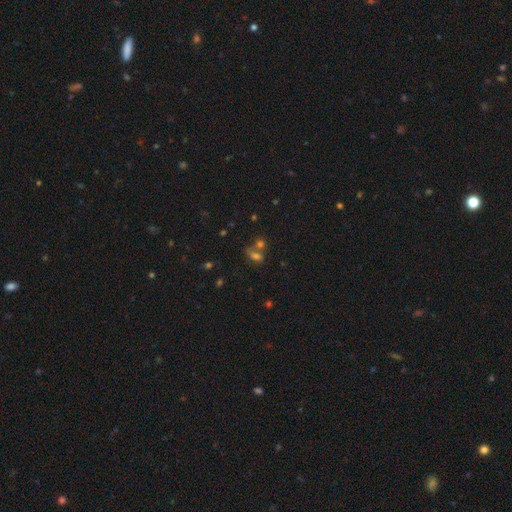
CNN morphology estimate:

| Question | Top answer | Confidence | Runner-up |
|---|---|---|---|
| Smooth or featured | smooth | 63% | star or artifact (22%) |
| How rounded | in between | 72% | round (20%) |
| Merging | merger | 41% | tied: none (41%) |